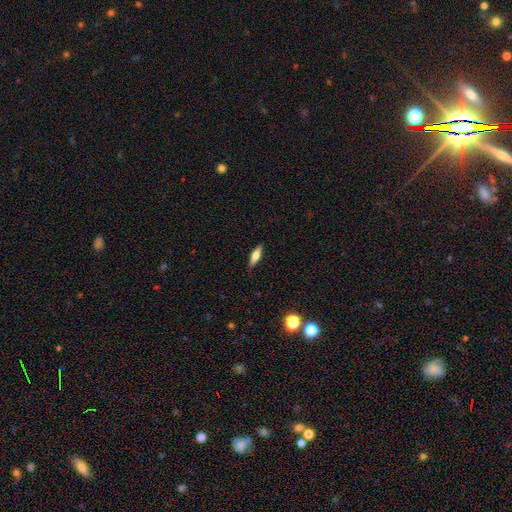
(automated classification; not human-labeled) Q: Smooth or featured?
A: smooth (54%); runner-up: featured or disk (38%)
Q: How rounded?
A: cigar-shaped (57%); runner-up: in between (40%)
Q: Merging?
A: none (88%); runner-up: minor disturbance (9%)